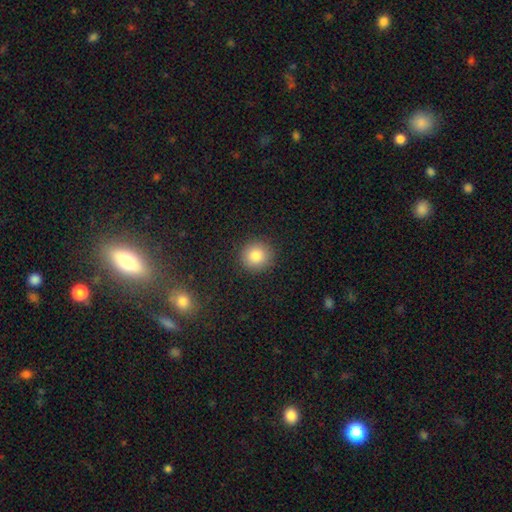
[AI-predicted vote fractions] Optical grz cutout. It shows a smooth galaxy with no disk features (84%) that is round (93%). Merging: none (91%).